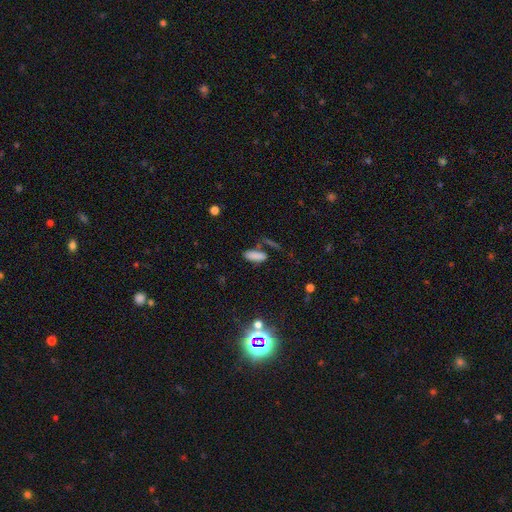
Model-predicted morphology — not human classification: Smooth or featured? smooth (80%)
How rounded? in between (75%)
Merging? none (64%)